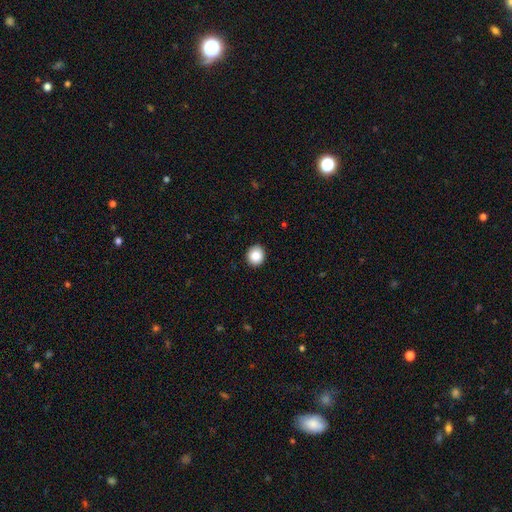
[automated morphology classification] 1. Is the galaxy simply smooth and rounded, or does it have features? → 87% smooth, 9% star or artifact, 4% featured or disk.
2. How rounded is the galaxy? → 85% round, 14% in between, 1% cigar-shaped.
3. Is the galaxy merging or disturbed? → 92% none, 6% minor disturbance, 2% major disturbance, 1% merger.